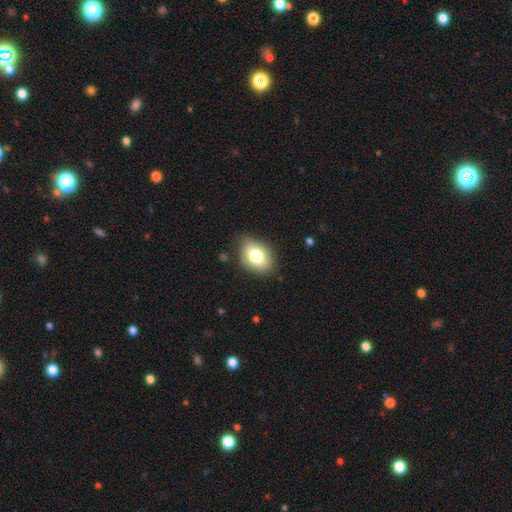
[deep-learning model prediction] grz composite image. It shows a smooth galaxy with no disk features (77%) that is in between round and cigar-shaped (78%). Merging: none (76%).